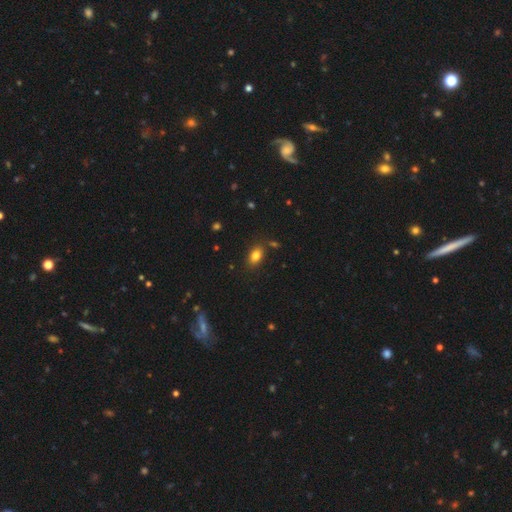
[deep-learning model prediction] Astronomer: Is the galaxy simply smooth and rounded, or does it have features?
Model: smooth — 83%.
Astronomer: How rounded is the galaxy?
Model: in between — 84%.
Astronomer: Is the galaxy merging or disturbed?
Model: none — 83%.